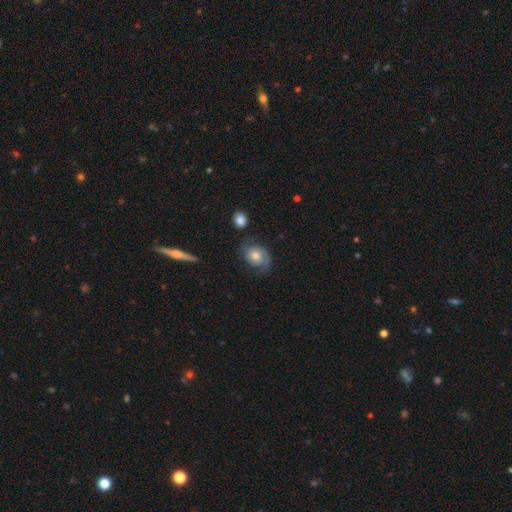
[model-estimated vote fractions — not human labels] This is possibly a featured or disk galaxy (59%). It is clearly not viewed edge-on (96%). Bar: likely no (77%). Spiral arm pattern: clearly yes (89%). Spiral arm count: likely 2 (72%). Spiral winding: marginally medium (41%). Central bulge: likely moderate (66%). Merging: likely none (63%).